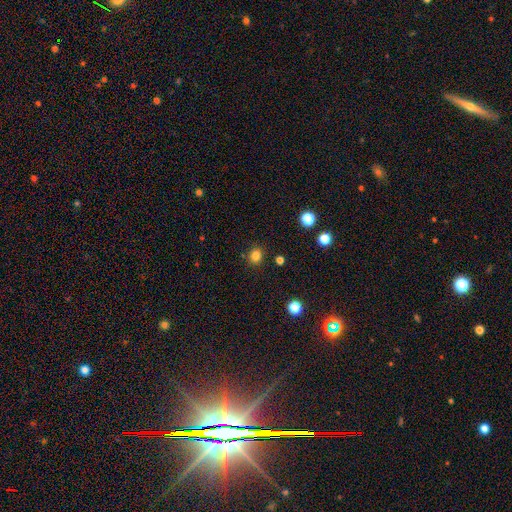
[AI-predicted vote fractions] This appears to be a smooth galaxy with no disk features (82%) that is round (77%). Merging: none (88%).